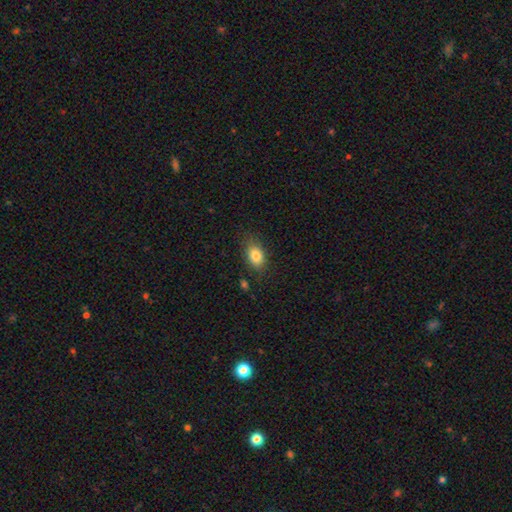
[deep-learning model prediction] Smooth or featured? smooth (83%)
How rounded? in between (82%)
Merging? none (78%)